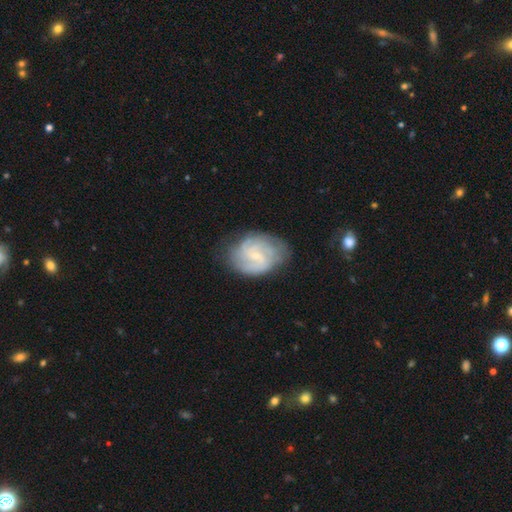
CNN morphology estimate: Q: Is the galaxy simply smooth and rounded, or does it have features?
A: featured or disk — 79%.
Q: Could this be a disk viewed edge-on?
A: no — 98%.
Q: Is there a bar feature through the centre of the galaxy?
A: weak — 54%.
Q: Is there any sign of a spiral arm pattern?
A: yes — 93%.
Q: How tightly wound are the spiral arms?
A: medium — 43%, tied with tight.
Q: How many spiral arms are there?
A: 2 — 42%.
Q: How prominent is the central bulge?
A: small — 73%.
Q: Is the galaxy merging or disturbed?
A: none — 69%.